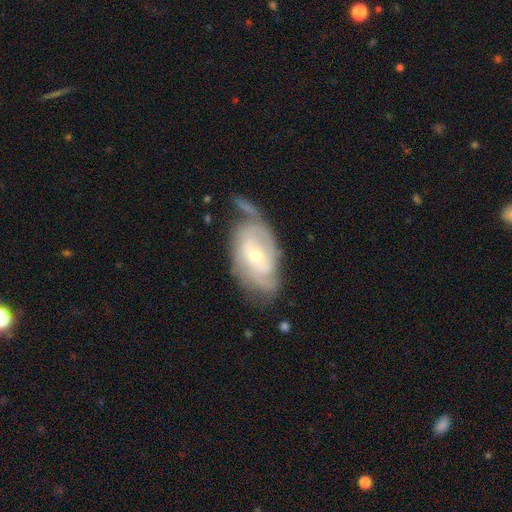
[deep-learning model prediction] Morphology: type=featured or disk (80%); edge-on=no (95%); bar=no (47%); spiral arms=yes (90%); winding=tight (54%); arm count=2 (34%, tied with can't tell); bulge=small (56%); merging=none (49%).